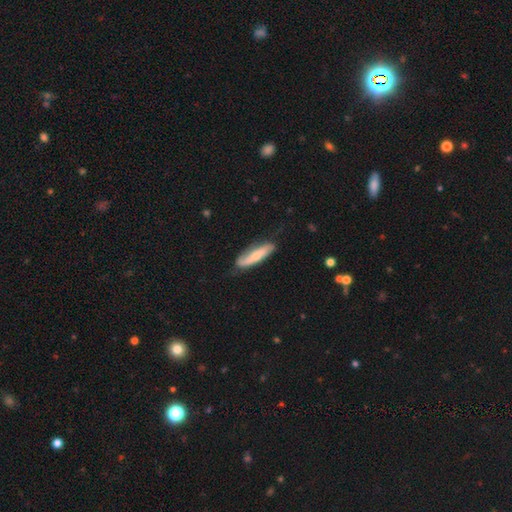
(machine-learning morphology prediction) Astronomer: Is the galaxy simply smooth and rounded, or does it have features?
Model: smooth — 52% (runner-up: featured or disk, 43%).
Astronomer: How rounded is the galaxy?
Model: cigar-shaped — 66%.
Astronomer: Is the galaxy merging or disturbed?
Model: none — 70%.